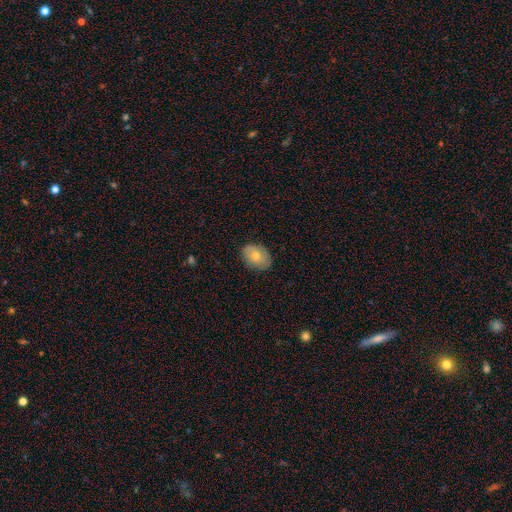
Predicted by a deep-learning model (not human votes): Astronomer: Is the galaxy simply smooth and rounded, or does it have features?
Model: smooth — 70%.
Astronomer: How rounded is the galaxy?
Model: in between — 75%.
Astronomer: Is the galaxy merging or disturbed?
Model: none — 82%.